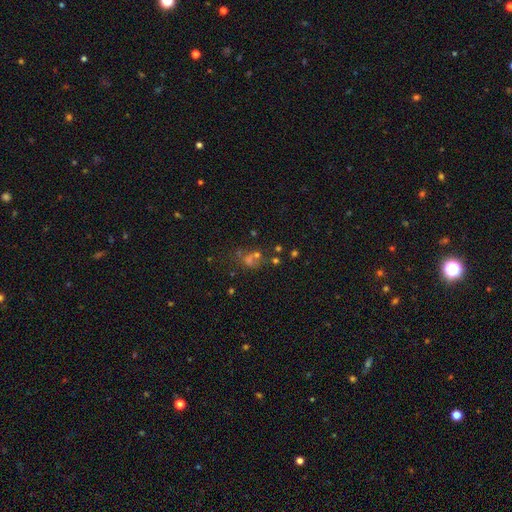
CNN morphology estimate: smooth_or_featured: smooth (p=0.41) [alt: star or artifact p=0.39]
merging: none (p=0.48) [alt: merger p=0.33]